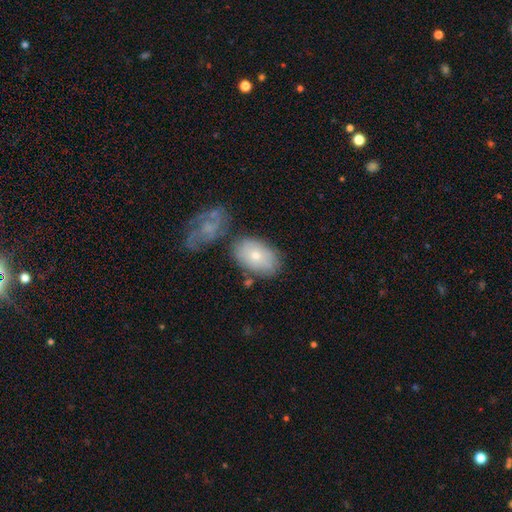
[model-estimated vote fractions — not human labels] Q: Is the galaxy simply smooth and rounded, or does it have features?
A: smooth — 65%.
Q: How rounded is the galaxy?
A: in between — 87%.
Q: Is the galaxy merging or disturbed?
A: none — 63%.